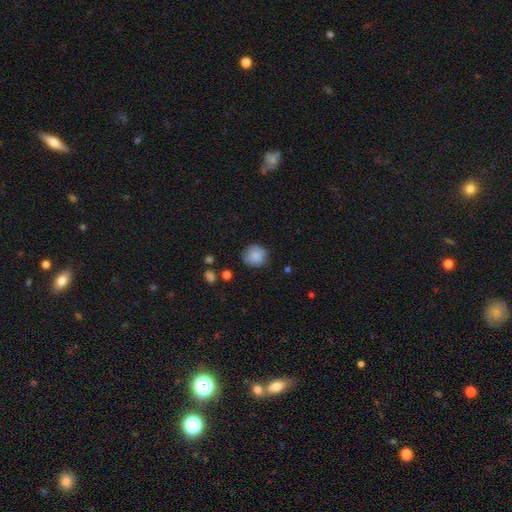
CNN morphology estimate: smooth-or-featured: smooth: 85% | star or artifact: 8% | featured or disk: 7%
  how-rounded: round: 87% | in between: 12% | cigar-shaped: 1%
  merging: none: 79% | minor disturbance: 15% | major disturbance: 4% | merger: 2%